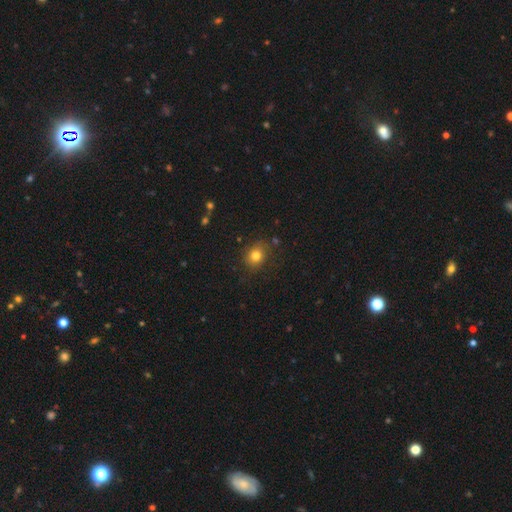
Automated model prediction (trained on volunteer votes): Q: Smooth or featured?
A: smooth (79%); runner-up: star or artifact (13%)
Q: How rounded?
A: round (66%); runner-up: in between (33%)
Q: Merging?
A: none (80%); runner-up: minor disturbance (14%)